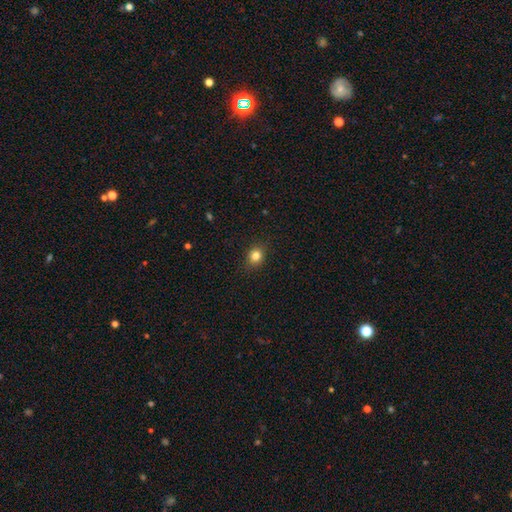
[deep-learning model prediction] This is clearly a smooth galaxy (82%). How rounded: likely round (70%). Merging: clearly none (87%).